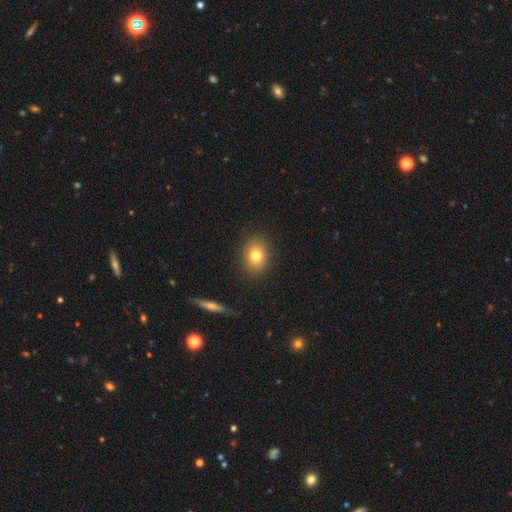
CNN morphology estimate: A smooth galaxy with no disk features (79%) that is round (57%). Merging: none (88%).